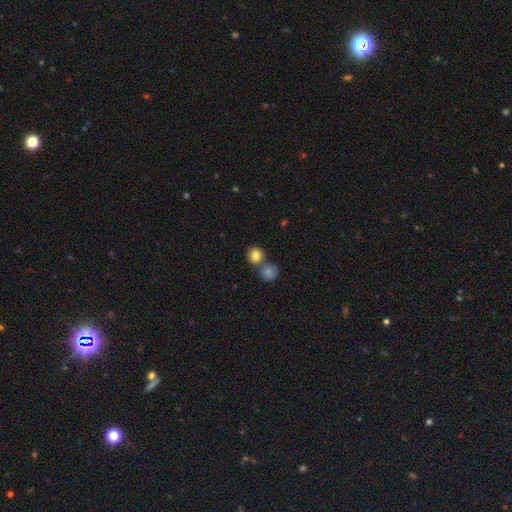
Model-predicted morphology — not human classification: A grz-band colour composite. It shows a smooth galaxy with no disk features (82%) that is round (84%). Merging: none (55%).